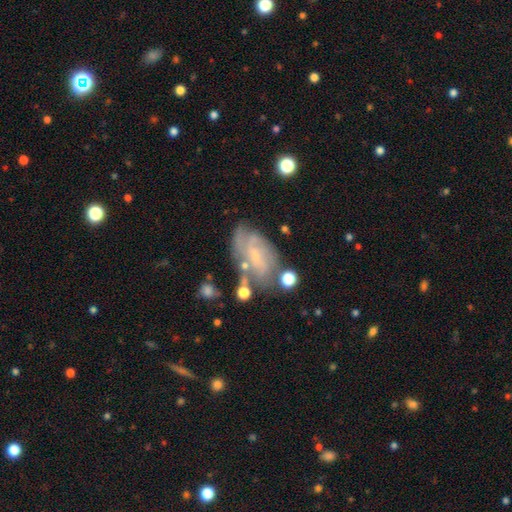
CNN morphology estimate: featured or disk 65%, smooth 25%, star or artifact 10%. Down the decision tree: edge-on disk — no (94%); bar — no (53%); spiral arms — yes (73%); bulge size — small (64%); merging — none (52%).